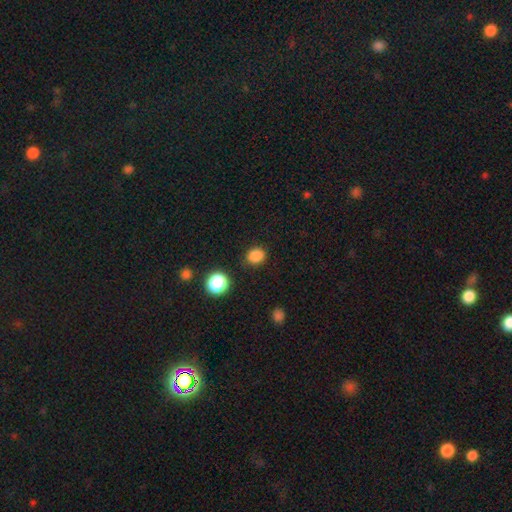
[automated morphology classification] A smooth galaxy with no disk features (85%) that is round (66%). Merging: none (85%).